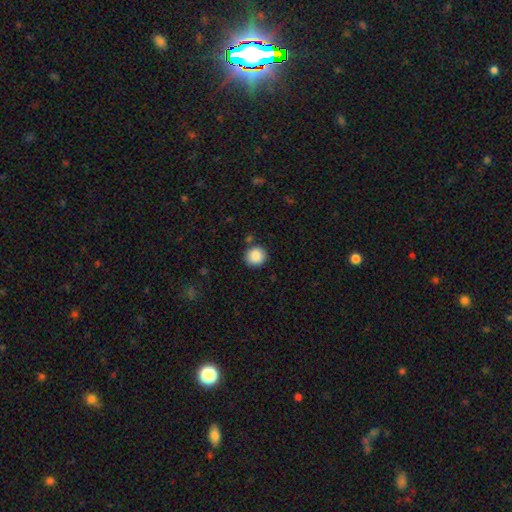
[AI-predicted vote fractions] Smooth or featured: smooth — 87% (star or artifact — 8%)
How rounded: round — 89% (in between — 10%)
Merging: none — 86% (minor disturbance — 8%)